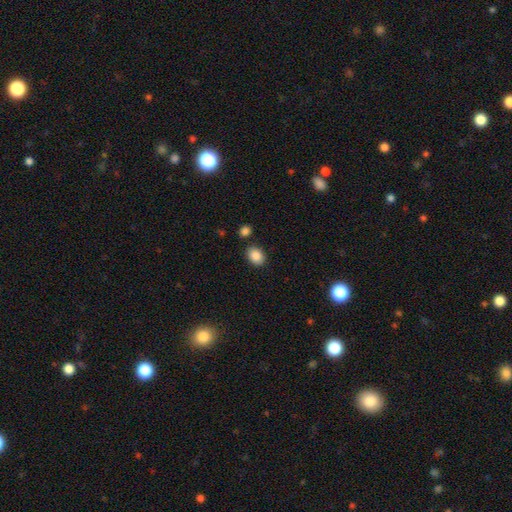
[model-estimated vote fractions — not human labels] Q: Smooth or featured?
A: smooth (87%); runner-up: star or artifact (8%)
Q: How rounded?
A: in between (69%); runner-up: round (30%)
Q: Merging?
A: none (82%); runner-up: minor disturbance (10%)